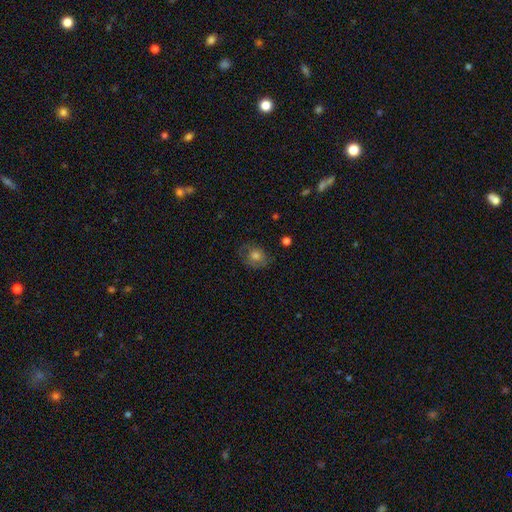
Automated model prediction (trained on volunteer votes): The model was most divided on "how rounded": round: 57%, in between: 42%, cigar-shaped: 1%. More confident: merging — none (70%); smooth or featured — smooth (66%).